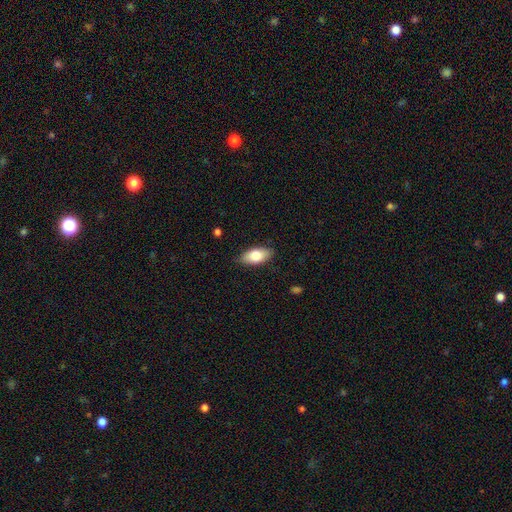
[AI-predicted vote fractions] Smooth or featured? smooth (80%)
How rounded? in between (90%)
Merging? none (85%)